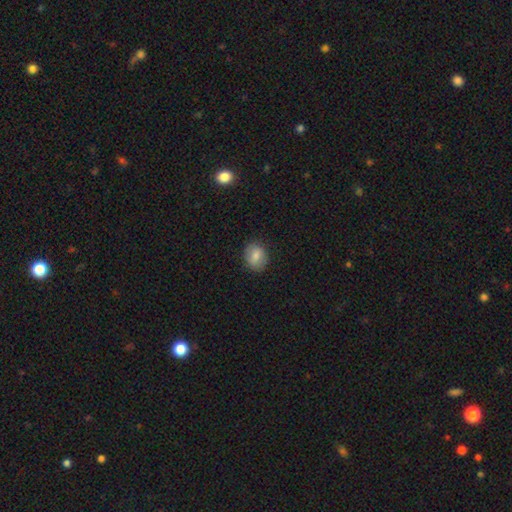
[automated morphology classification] Q: Smooth or featured?
A: smooth (81%); runner-up: featured or disk (11%)
Q: How rounded?
A: round (54%); runner-up: in between (45%)
Q: Merging?
A: none (85%); runner-up: minor disturbance (11%)